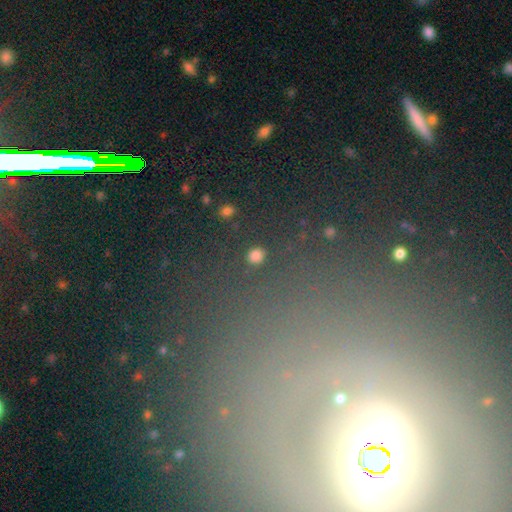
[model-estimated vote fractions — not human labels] Q: Smooth or featured?
A: smooth (80%); runner-up: star or artifact (16%)
Q: How rounded?
A: round (82%); runner-up: in between (16%)
Q: Merging?
A: none (87%); runner-up: minor disturbance (6%)